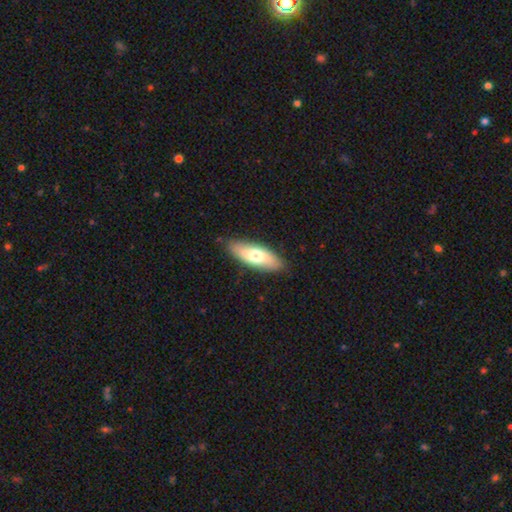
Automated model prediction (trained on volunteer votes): Morphology: type=smooth (64%); roundness=in between (68%); merging=none (86%).